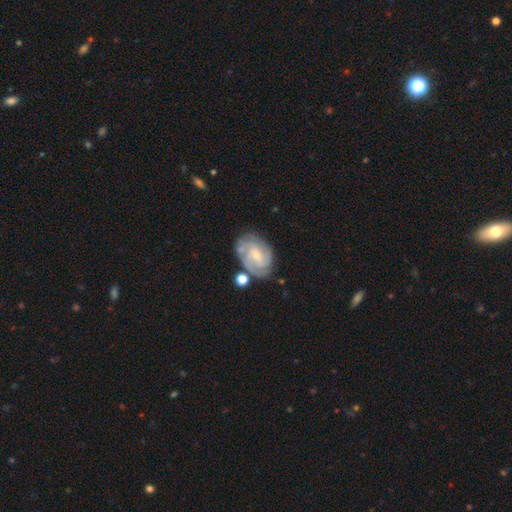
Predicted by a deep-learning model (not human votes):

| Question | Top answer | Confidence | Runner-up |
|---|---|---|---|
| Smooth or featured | featured or disk | 81% | smooth (14%) |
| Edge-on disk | no | 97% | yes (3%) |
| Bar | no | 47% | weak (43%) |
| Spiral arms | yes | 94% | no (6%) |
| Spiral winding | tight | 59% | medium (32%) |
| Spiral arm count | can't tell | 28% | tied: 2 (28%) |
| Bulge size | small | 69% | moderate (27%) |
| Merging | none | 65% | minor disturbance (20%) |